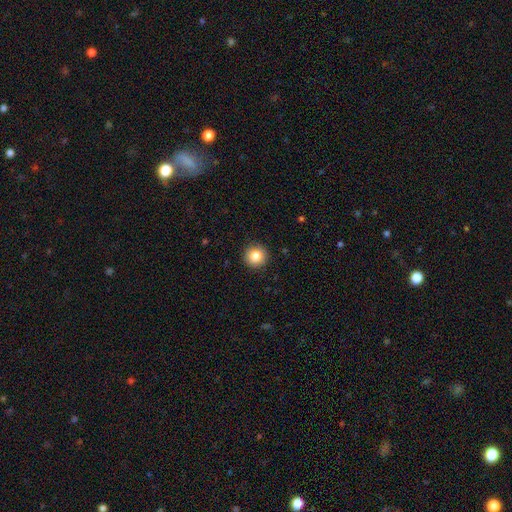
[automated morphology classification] smooth 83%, star or artifact 10%, featured or disk 7%. Down the decision tree: how rounded — round (96%); merging — none (93%).